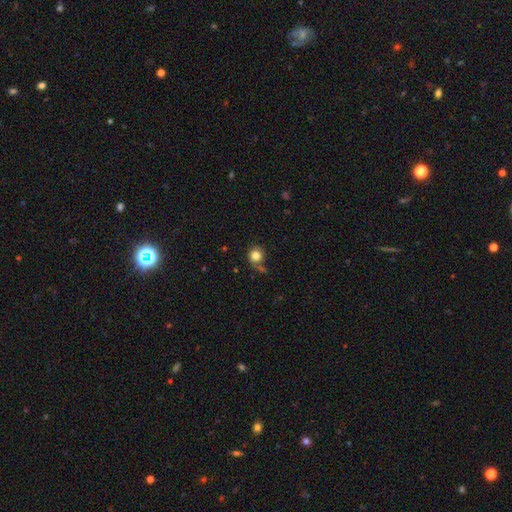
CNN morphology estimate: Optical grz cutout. It shows a smooth galaxy with no disk features (81%) that is round (87%). Merging: none (58%).